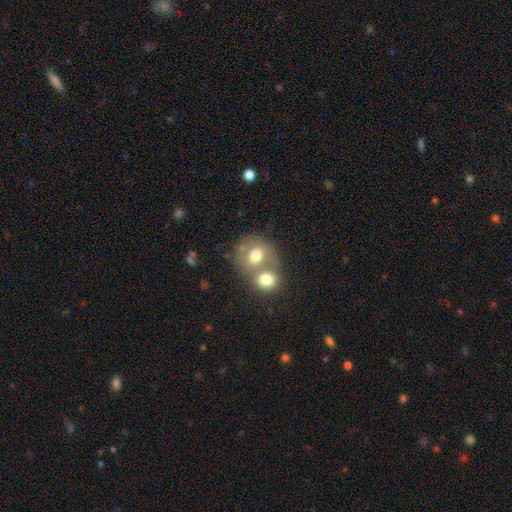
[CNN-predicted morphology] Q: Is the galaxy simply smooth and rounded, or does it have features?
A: smooth — 68%.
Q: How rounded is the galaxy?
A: round — 72%.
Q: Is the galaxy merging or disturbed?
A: merger — 54%.